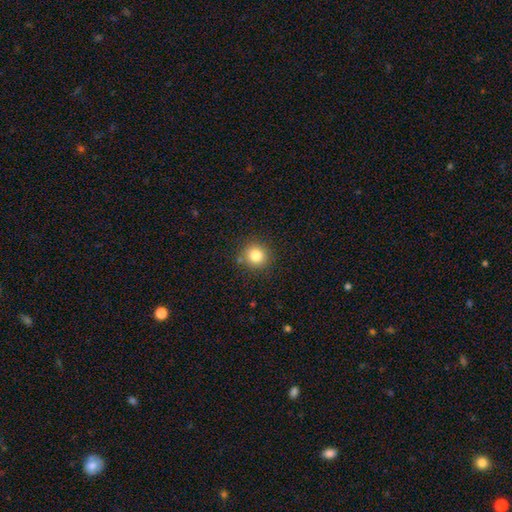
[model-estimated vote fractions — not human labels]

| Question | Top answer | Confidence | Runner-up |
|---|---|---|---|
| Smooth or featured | smooth | 82% | star or artifact (12%) |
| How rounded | round | 91% | in between (8%) |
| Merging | none | 84% | minor disturbance (10%) |